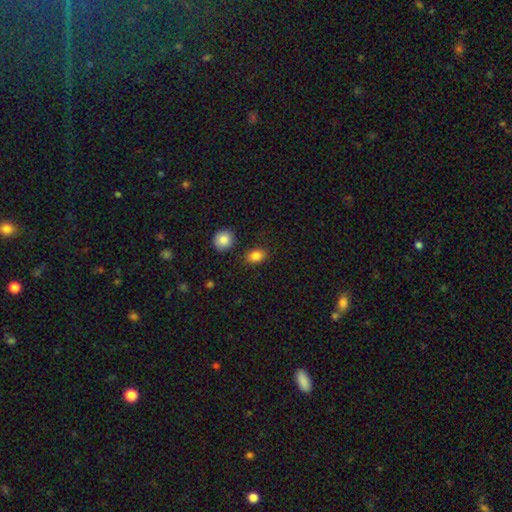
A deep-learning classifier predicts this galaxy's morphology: This is clearly a smooth galaxy (85%). How rounded: likely in between (72%). Merging: clearly none (84%).